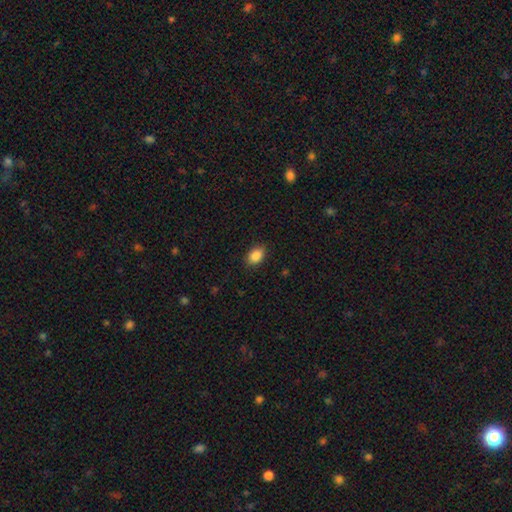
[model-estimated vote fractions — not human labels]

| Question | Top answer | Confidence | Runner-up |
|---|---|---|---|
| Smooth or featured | smooth | 88% | star or artifact (8%) |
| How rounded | in between | 81% | round (18%) |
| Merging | none | 87% | minor disturbance (10%) |